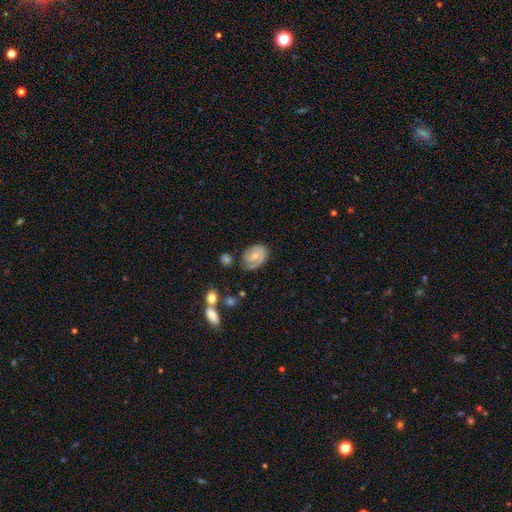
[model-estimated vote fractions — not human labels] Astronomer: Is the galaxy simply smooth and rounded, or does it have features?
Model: featured or disk — 67%.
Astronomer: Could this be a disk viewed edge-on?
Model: no — 97%.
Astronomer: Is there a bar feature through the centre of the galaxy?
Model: no — 47% (runner-up: weak, 43%).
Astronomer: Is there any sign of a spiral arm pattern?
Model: yes — 90%.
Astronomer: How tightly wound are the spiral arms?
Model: tight — 51% (runner-up: medium, 36%).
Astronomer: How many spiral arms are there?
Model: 2 — 47% (runner-up: 1, 34%).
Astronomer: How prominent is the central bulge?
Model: small — 57%.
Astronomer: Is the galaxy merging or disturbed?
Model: none — 63%.